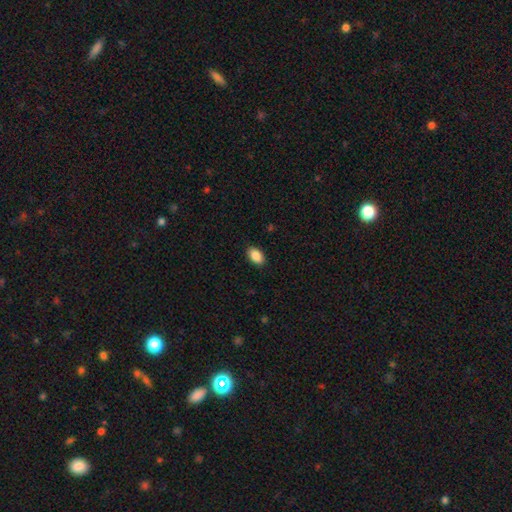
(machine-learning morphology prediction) Smooth or featured: smooth — 89% (star or artifact — 7%)
How rounded: in between — 92% (round — 6%)
Merging: none — 89% (minor disturbance — 8%)